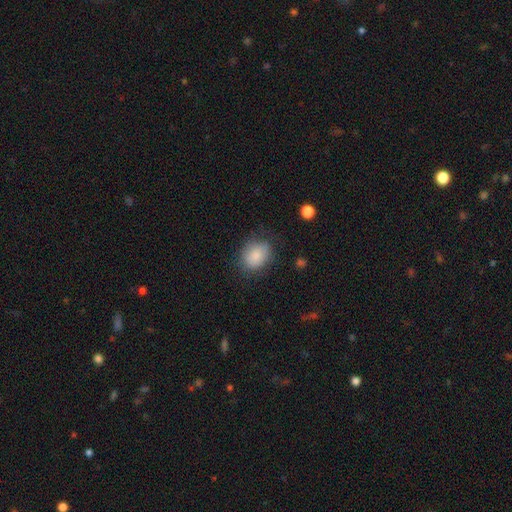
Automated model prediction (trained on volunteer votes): The model was most divided on "how rounded": in between: 56%, round: 43%, cigar-shaped: 1%. More confident: smooth or featured — smooth (85%); merging — none (72%).